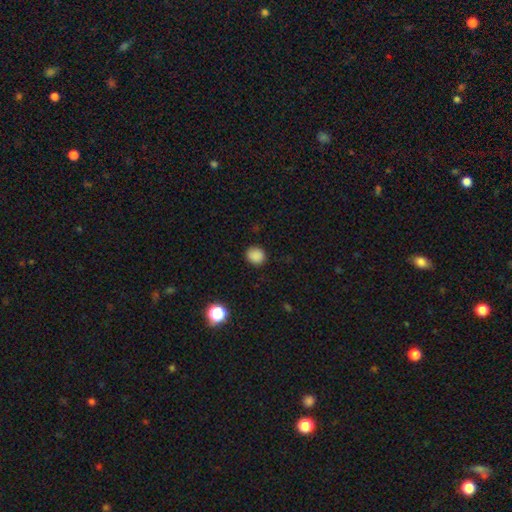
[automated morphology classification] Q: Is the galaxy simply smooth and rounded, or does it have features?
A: smooth — 86%.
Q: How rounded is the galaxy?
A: round — 82%.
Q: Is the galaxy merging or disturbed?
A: none — 89%.